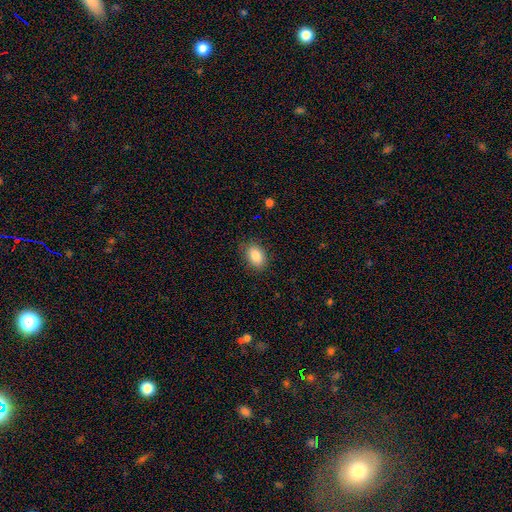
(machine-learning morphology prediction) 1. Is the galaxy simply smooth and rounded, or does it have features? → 87% smooth, 8% star or artifact, 6% featured or disk.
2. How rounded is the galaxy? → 84% in between, 15% round, 1% cigar-shaped.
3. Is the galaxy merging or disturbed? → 83% none, 13% minor disturbance, 3% major disturbance, 1% merger.